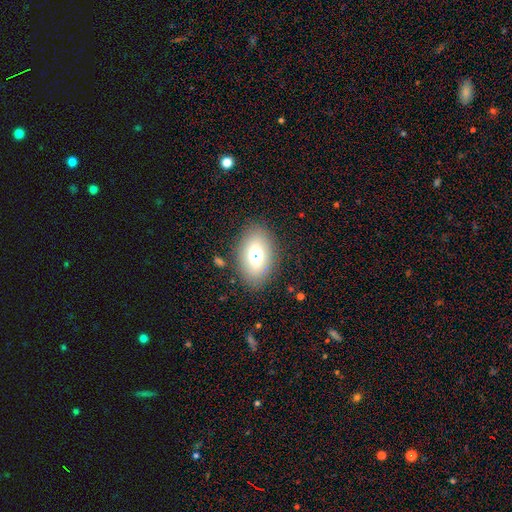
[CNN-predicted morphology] type=smooth (69%); roundness=in between (85%); merging=none (81%).